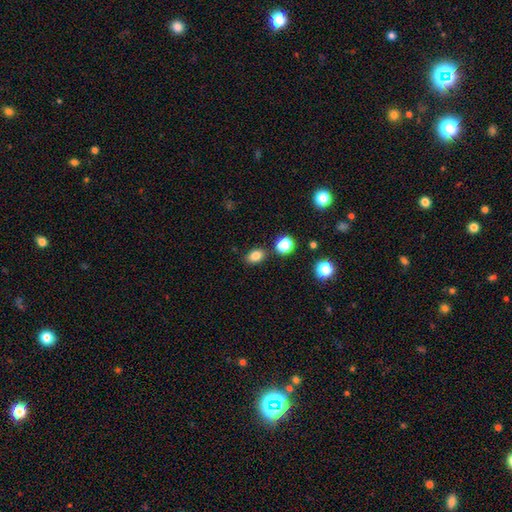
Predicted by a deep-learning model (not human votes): A smooth galaxy with no disk features (82%) that is in between round and cigar-shaped (75%).

Vote fractions:
- Smooth or featured? smooth: 82% / star or artifact: 12% / featured or disk: 6%
- How rounded? in between: 75% / round: 23% / cigar-shaped: 1%
- Merging? none: 82% / minor disturbance: 10% / merger: 6% / major disturbance: 3%